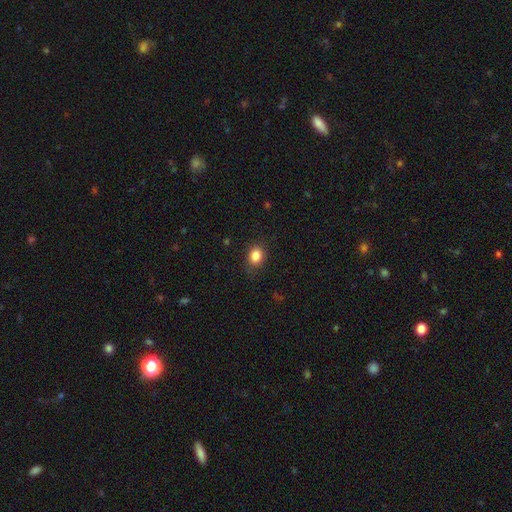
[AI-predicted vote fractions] The model was most divided on "how rounded": in between: 61%, round: 37%, cigar-shaped: 1%. More confident: smooth or featured — smooth (85%); merging — none (83%).